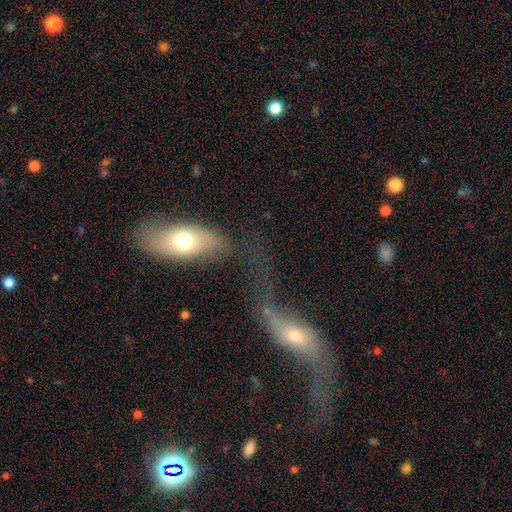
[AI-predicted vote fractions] featured or disk 59%, smooth 32%, star or artifact 9%. Down the decision tree: edge-on disk — no (81%); merging — merger (37%).